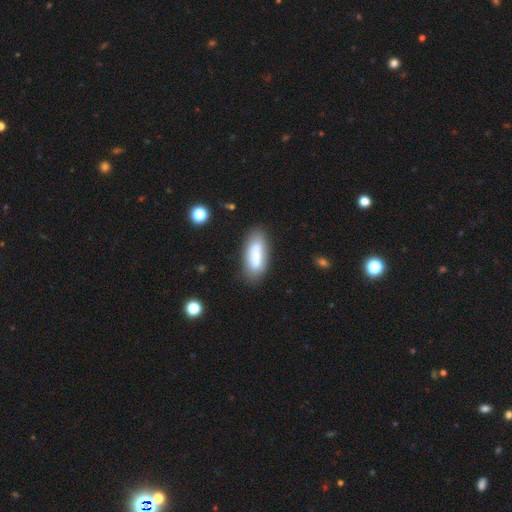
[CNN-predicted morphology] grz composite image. It shows a smooth galaxy with no disk features (76%) that is in between round and cigar-shaped (76%). Merging: none (72%).